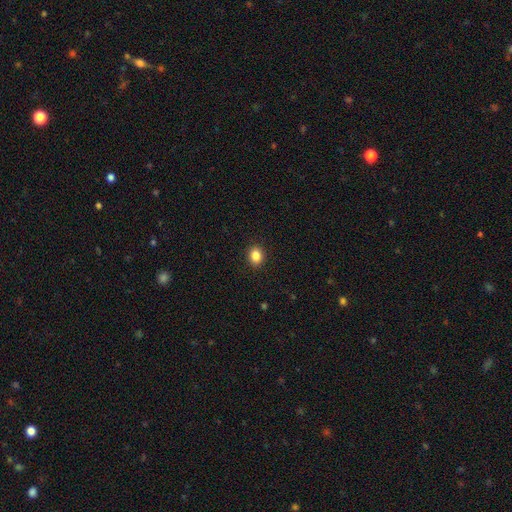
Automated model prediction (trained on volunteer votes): Smooth or featured? smooth (85%)
How rounded? round (53%)
Merging? none (91%)